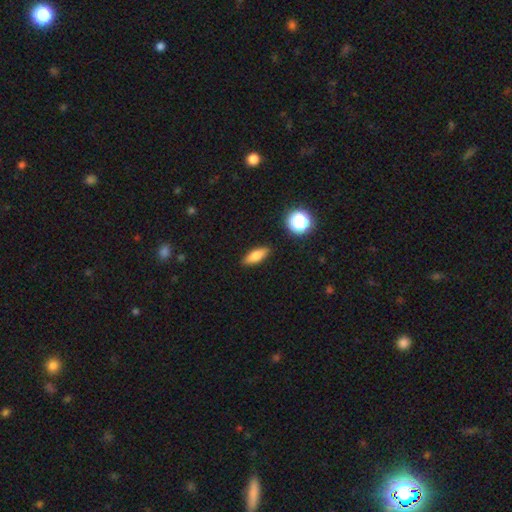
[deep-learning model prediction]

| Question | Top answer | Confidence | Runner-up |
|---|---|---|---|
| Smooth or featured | smooth | 74% | featured or disk (17%) |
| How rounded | in between | 60% | cigar-shaped (34%) |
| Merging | none | 88% | minor disturbance (9%) |